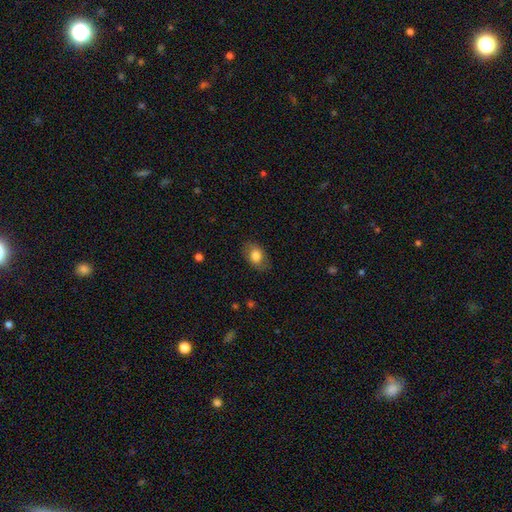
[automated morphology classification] A smooth galaxy with no disk features (76%) that is in between round and cigar-shaped (85%). Merging: none (81%).